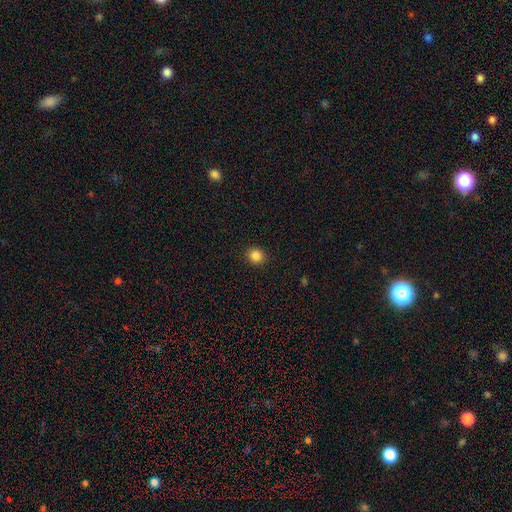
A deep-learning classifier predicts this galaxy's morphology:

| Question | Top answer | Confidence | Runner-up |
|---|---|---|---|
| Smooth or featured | smooth | 86% | star or artifact (11%) |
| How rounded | round | 80% | in between (19%) |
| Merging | none | 91% | minor disturbance (6%) |